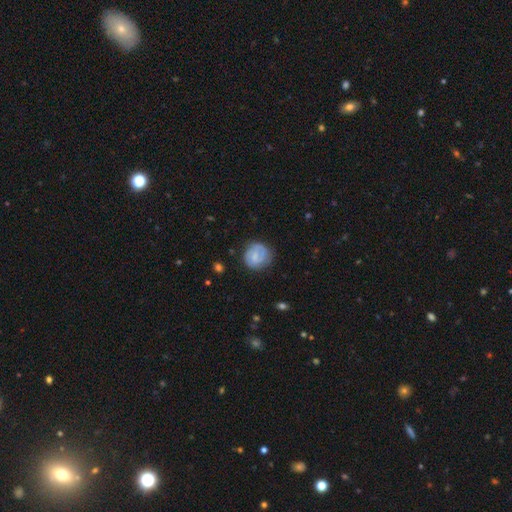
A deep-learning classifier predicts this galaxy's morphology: smooth-or-featured: smooth: 52% | featured or disk: 41% | star or artifact: 7%
  how-rounded: round: 85% | in between: 14% | cigar-shaped: 1%
  merging: none: 71% | minor disturbance: 20% | major disturbance: 7% | merger: 2%